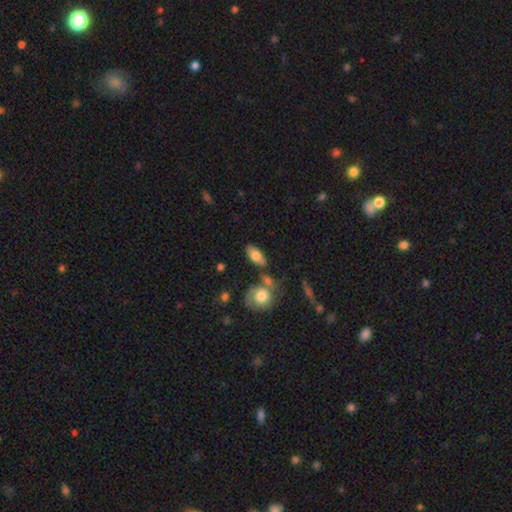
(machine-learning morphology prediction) A smooth galaxy with no disk features (73%) that is in between round and cigar-shaped (88%).

Vote fractions:
- Smooth or featured? smooth: 73% / featured or disk: 20% / star or artifact: 7%
- How rounded? in between: 88% / cigar-shaped: 7% / round: 5%
- Merging? none: 66% / minor disturbance: 15% / merger: 14% / major disturbance: 5%